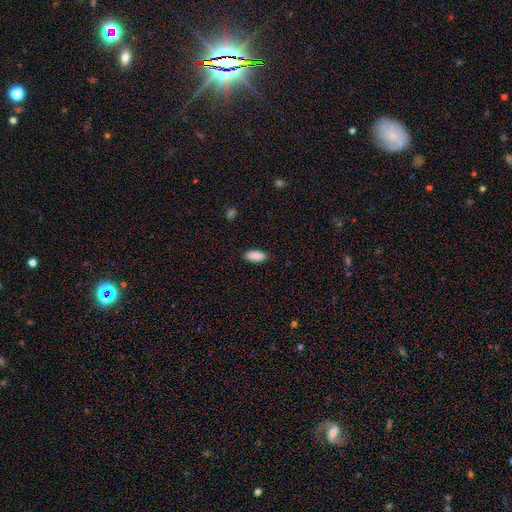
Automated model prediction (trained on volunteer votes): Overall: smooth (90%). How rounded: in between (87%). Merging: none (87%).